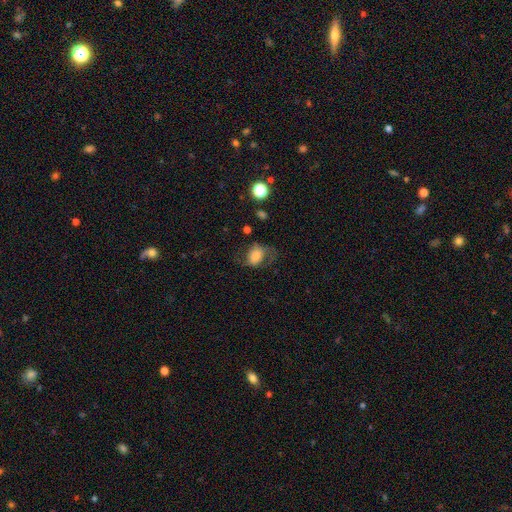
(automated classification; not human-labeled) smooth-or-featured: smooth: 60% | featured or disk: 30% | star or artifact: 10%
  how-rounded: in between: 69% | round: 30% | cigar-shaped: 1%
  merging: none: 43% | major disturbance: 30% | minor disturbance: 24% | merger: 3%